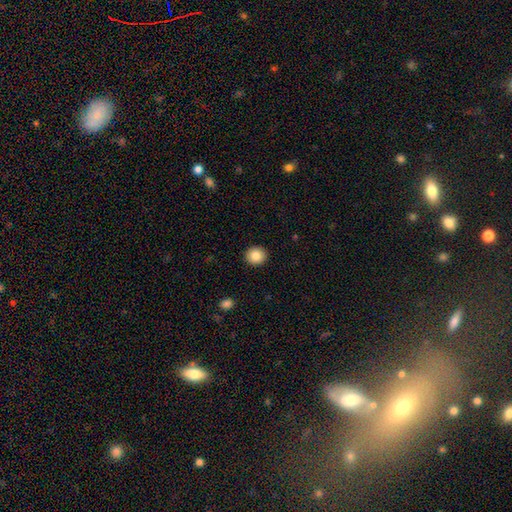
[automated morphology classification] Smooth or featured: smooth — 84% (star or artifact — 9%)
How rounded: round — 86% (in between — 13%)
Merging: none — 92% (minor disturbance — 5%)